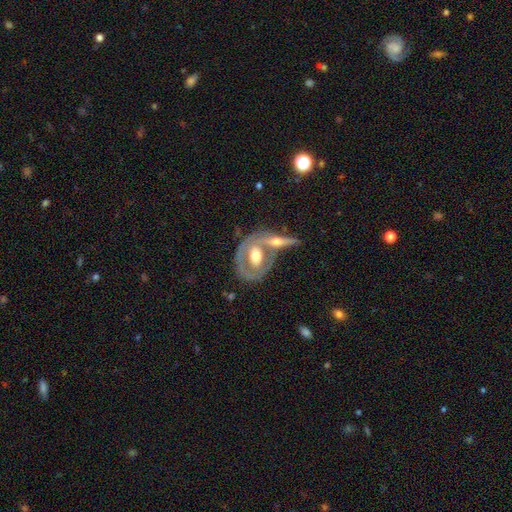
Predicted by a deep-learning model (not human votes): This is likely a featured or disk galaxy (65%). It is clearly not viewed edge-on (82%). Bar: likely no (62%). Spiral arm pattern: likely no (76%). Central bulge: likely moderate (70%). Merging: possibly none (48%).